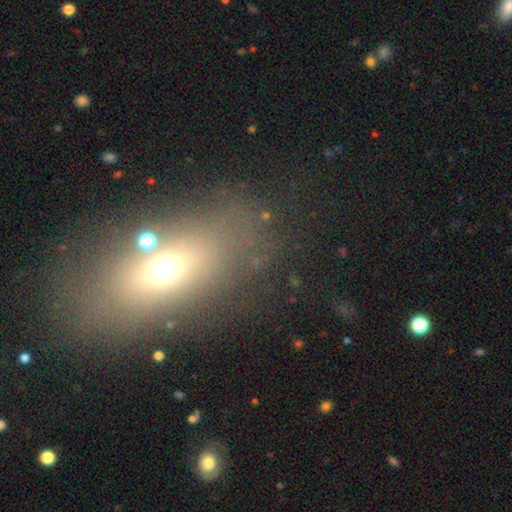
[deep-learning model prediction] smooth 52%, star or artifact 25%, featured or disk 23%. Down the decision tree: how rounded — in between (69%); merging — none (64%).